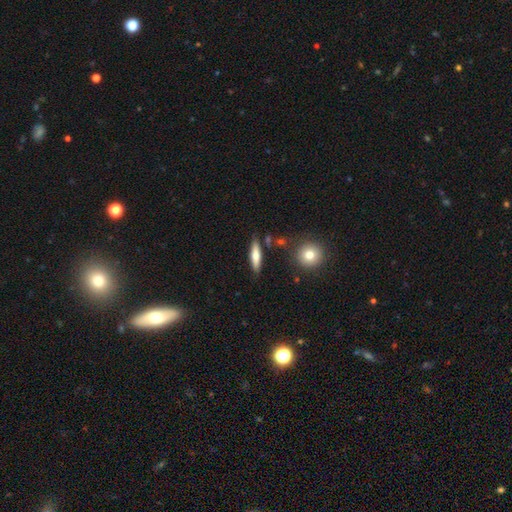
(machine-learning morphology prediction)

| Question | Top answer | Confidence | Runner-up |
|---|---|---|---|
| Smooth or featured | smooth | 60% | featured or disk (34%) |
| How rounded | cigar-shaped | 69% | in between (27%) |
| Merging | none | 82% | minor disturbance (11%) |